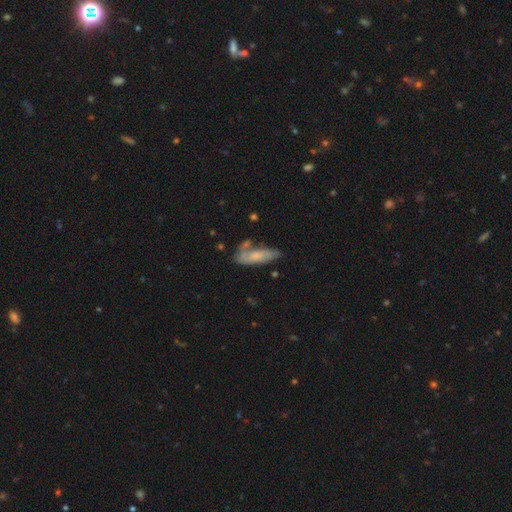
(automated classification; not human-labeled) Smooth or featured? Predicted: smooth (p=0.50). How rounded? Predicted: in between (p=0.59). Merging? Predicted: none (p=0.44).